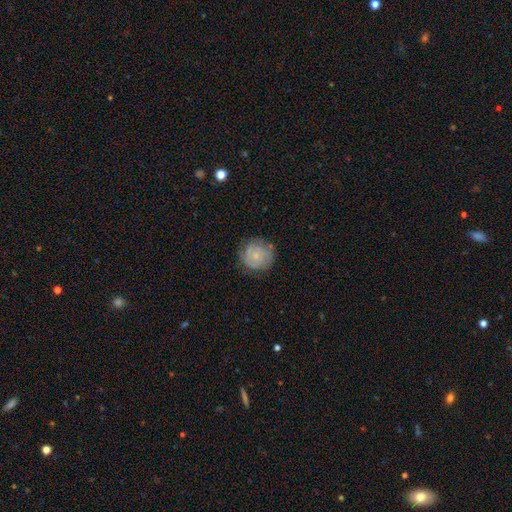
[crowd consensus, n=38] smooth_or_featured: featured or disk (p=0.53) [alt: smooth p=0.42]
disk_edge_on: no (p=1.00)
bar: no (p=0.90) [alt: weak p=0.10]
has_spiral_arms: yes (p=0.50) [tied with: no p=0.50]
spiral_winding: tight (p=0.60) [alt: medium p=0.20]
spiral_arm_count: 3 (p=0.40) [tied with: can't tell p=0.40]
bulge_size: small (p=0.75) [alt: moderate p=0.20]
merging: none (p=0.61) [alt: minor disturbance p=0.36]